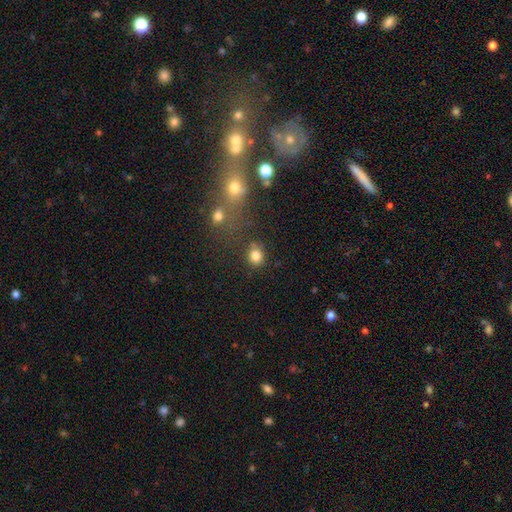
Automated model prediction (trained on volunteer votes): Smooth or featured?
  - smooth: 82% *
  - star or artifact: 12%
  - featured or disk: 6%
How rounded?
  - round: 78% *
  - in between: 21%
  - cigar-shaped: 1%
Merging?
  - none: 75% *
  - minor disturbance: 12%
  - merger: 9%
  - major disturbance: 4%